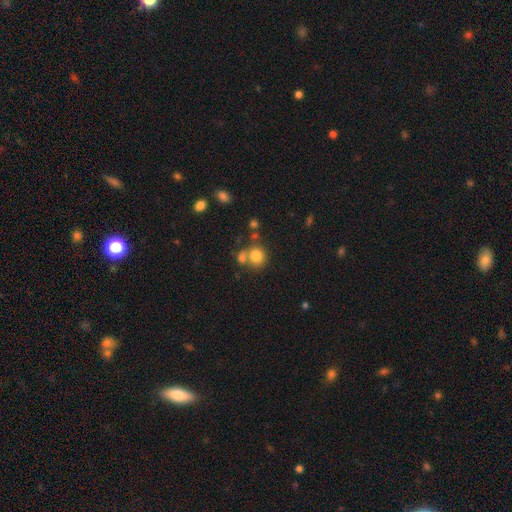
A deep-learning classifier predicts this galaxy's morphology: Smooth or featured? smooth (79%)
How rounded? round (80%)
Merging? none (53%)